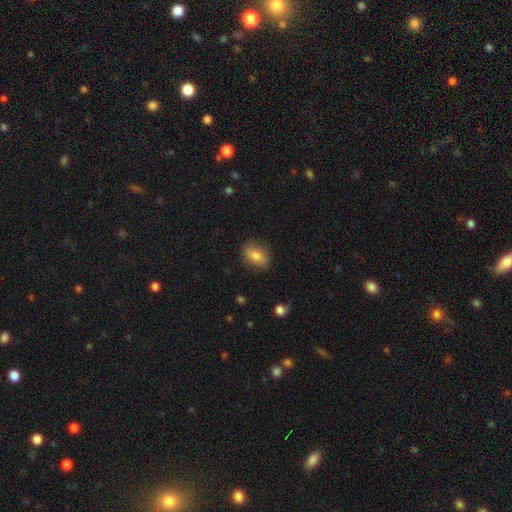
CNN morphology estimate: This is likely a smooth galaxy (78%). How rounded: likely in between (78%). Merging: clearly none (84%).